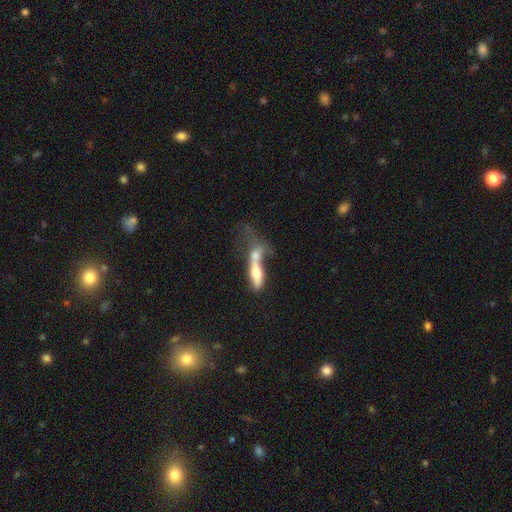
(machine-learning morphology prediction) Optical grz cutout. It shows a smooth galaxy with no disk features (53%) that is cigar-shaped (48%). Merging: merger (66%).